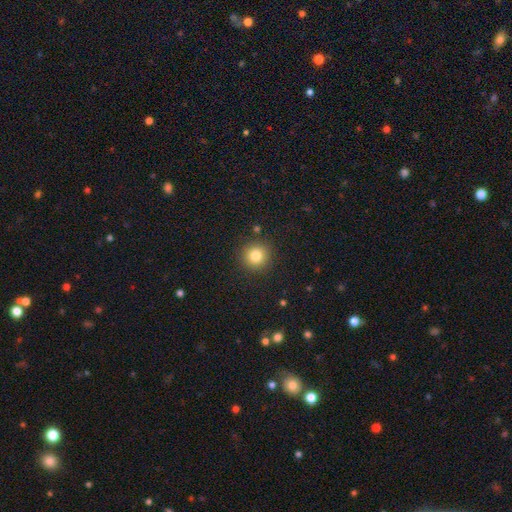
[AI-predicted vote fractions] Smooth or featured?
  - smooth: 81% *
  - star or artifact: 12%
  - featured or disk: 7%
How rounded?
  - round: 93% *
  - in between: 6%
  - cigar-shaped: 1%
Merging?
  - none: 90% *
  - minor disturbance: 6%
  - major disturbance: 2%
  - merger: 2%